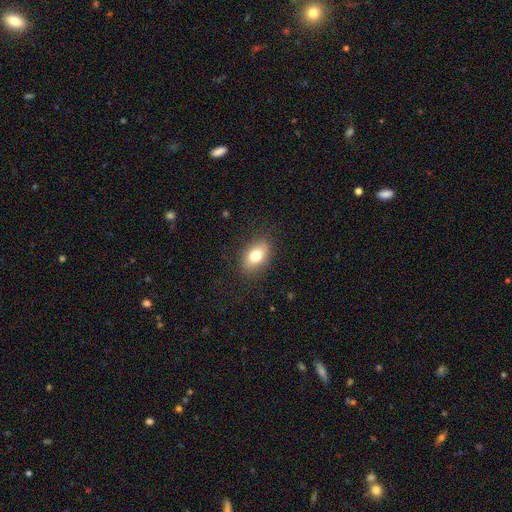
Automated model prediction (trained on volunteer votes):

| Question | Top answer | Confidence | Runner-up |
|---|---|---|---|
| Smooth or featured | smooth | 77% | featured or disk (15%) |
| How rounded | in between | 86% | round (12%) |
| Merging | none | 85% | minor disturbance (11%) |